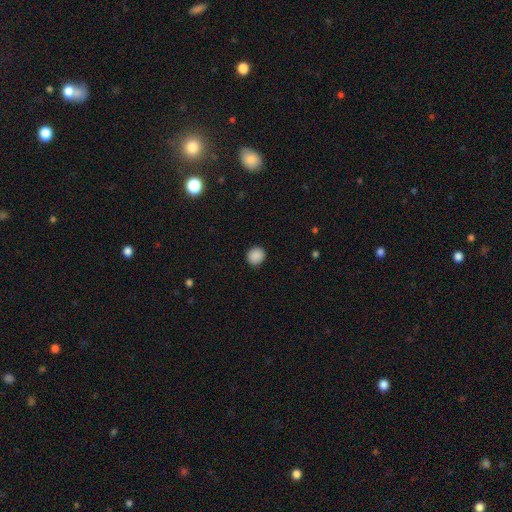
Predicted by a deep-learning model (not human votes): Smooth or featured? smooth (89%)
How rounded? round (86%)
Merging? none (91%)